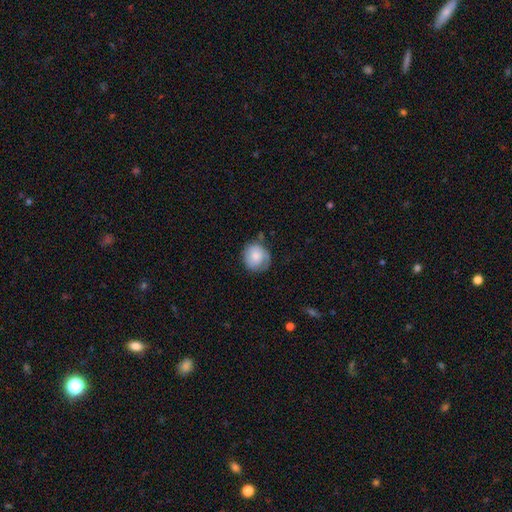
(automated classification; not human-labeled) This is likely a smooth galaxy (73%). How rounded: clearly round (86%). Merging: likely none (61%).